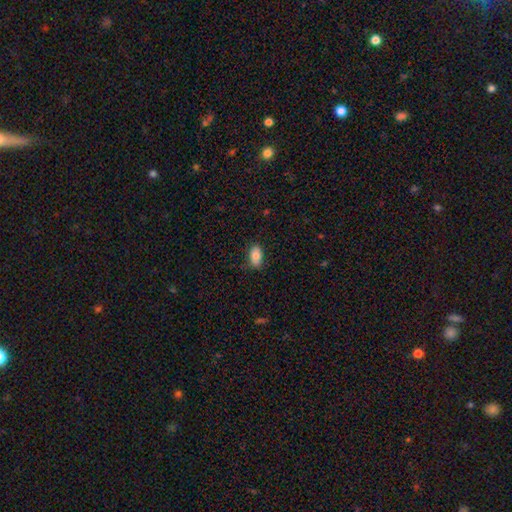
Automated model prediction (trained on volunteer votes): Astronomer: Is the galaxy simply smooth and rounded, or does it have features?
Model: smooth — 81%.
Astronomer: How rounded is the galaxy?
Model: in between — 90%.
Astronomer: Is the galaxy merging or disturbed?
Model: none — 78%.